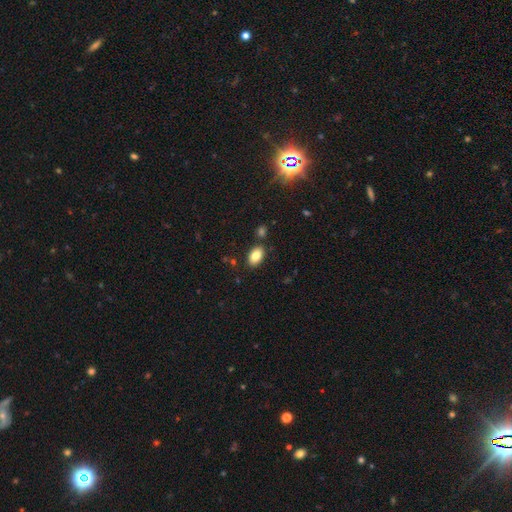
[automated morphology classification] A smooth galaxy with no disk features (84%) that is in between round and cigar-shaped (92%).

Vote fractions:
- Smooth or featured? smooth: 84% / featured or disk: 8% / star or artifact: 8%
- How rounded? in between: 92% / round: 7% / cigar-shaped: 1%
- Merging? none: 83% / minor disturbance: 10% / merger: 5% / major disturbance: 2%